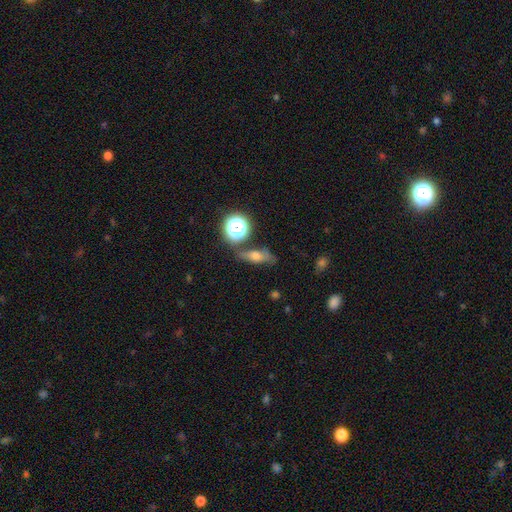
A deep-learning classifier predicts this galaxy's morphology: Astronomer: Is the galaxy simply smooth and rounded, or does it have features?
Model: smooth — 55%.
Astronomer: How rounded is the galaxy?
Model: in between — 51% (runner-up: cigar-shaped, 30%).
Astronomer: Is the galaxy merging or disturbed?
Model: none — 70%.